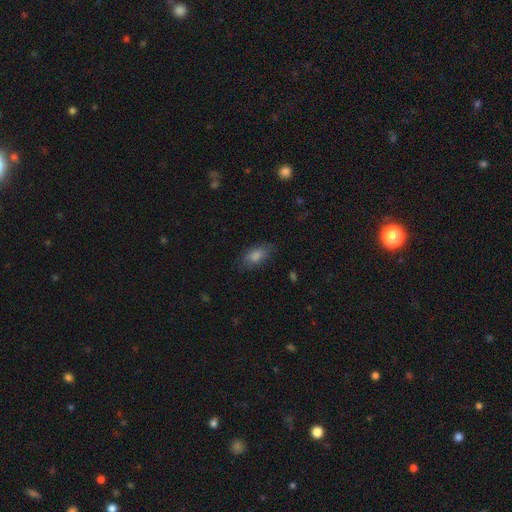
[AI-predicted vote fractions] A smooth galaxy with no disk features (77%) that is in between round and cigar-shaped (86%). Merging: none (81%).